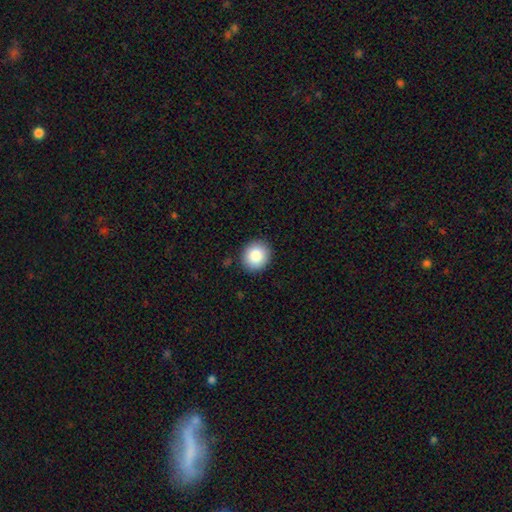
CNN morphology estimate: A smooth galaxy with no disk features (87%) that is round (84%).

Vote fractions:
- Smooth or featured? smooth: 87% / star or artifact: 8% / featured or disk: 5%
- How rounded? round: 84% / in between: 15% / cigar-shaped: 1%
- Merging? none: 90% / minor disturbance: 7% / major disturbance: 2% / merger: 1%